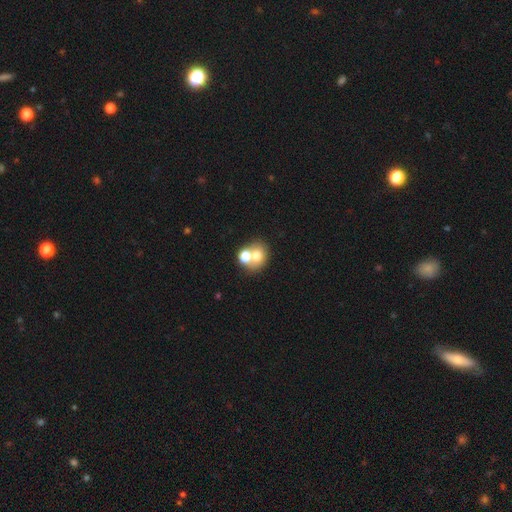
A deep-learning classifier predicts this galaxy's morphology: smooth-or-featured: smooth: 68% | featured or disk: 19% | star or artifact: 12%
  how-rounded: round: 68% | in between: 31% | cigar-shaped: 1%
  merging: merger: 51% | none: 39% | minor disturbance: 7% | major disturbance: 3%